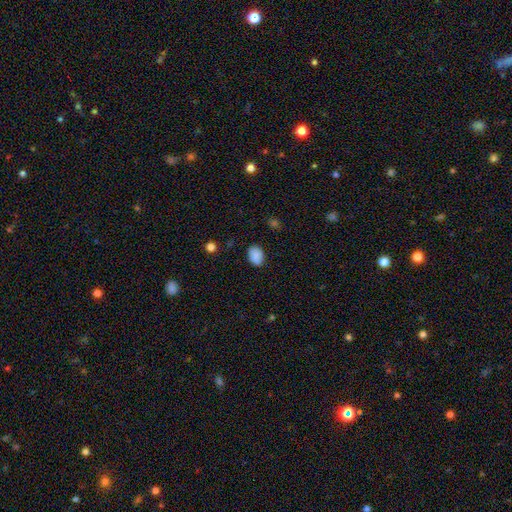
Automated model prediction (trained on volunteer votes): A smooth galaxy with no disk features (88%) that is in between round and cigar-shaped (77%). Merging: none (80%).